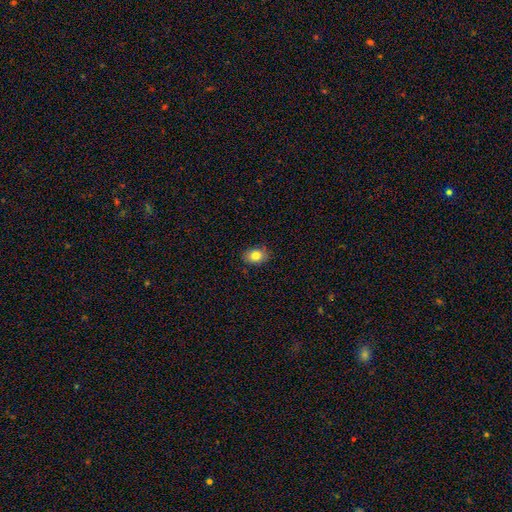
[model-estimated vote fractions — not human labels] Smooth or featured: smooth — 82% (featured or disk — 9%)
How rounded: in between — 73% (round — 26%)
Merging: none — 86% (minor disturbance — 11%)